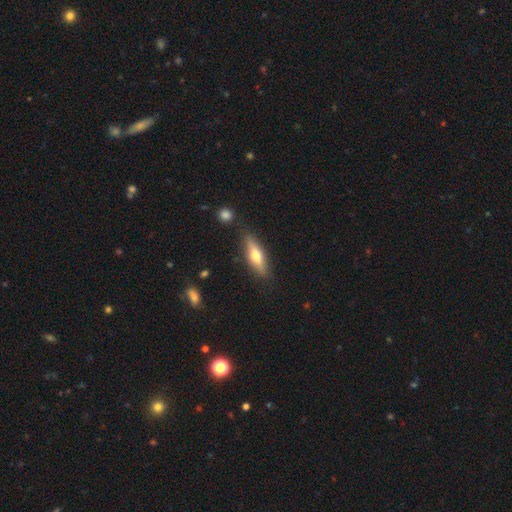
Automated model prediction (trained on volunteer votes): smooth-or-featured: smooth: 48% | featured or disk: 46% | star or artifact: 6%
  merging: none: 84% | minor disturbance: 11% | merger: 3% | major disturbance: 3%